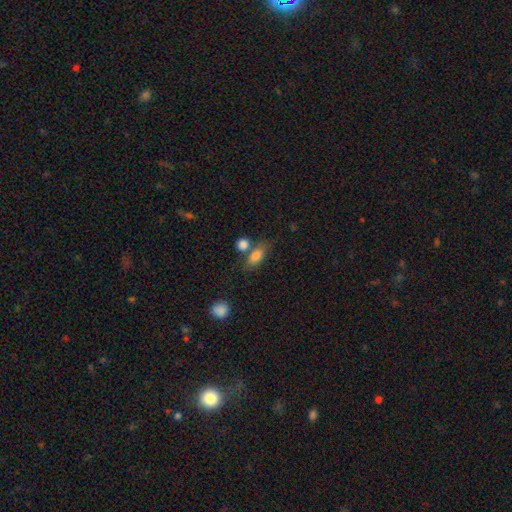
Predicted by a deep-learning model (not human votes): smooth_or_featured: smooth (p=0.81) [alt: featured or disk p=0.10]
how_rounded: in between (p=0.81) [alt: round p=0.11]
merging: none (p=0.55) [alt: merger p=0.25]